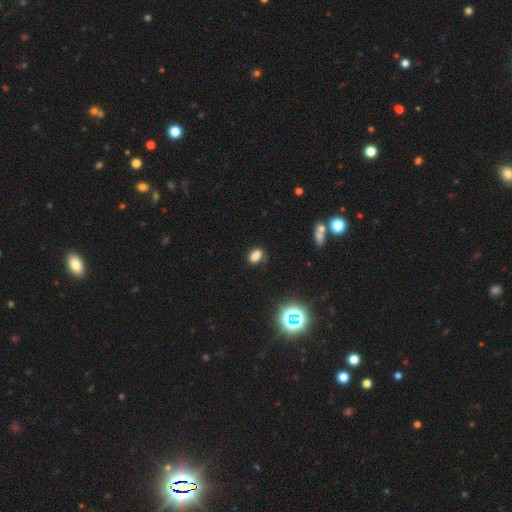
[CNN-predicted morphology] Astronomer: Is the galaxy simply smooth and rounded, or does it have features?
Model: smooth — 78%.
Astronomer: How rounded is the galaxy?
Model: in between — 83%.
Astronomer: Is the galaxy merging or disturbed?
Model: none — 81%.